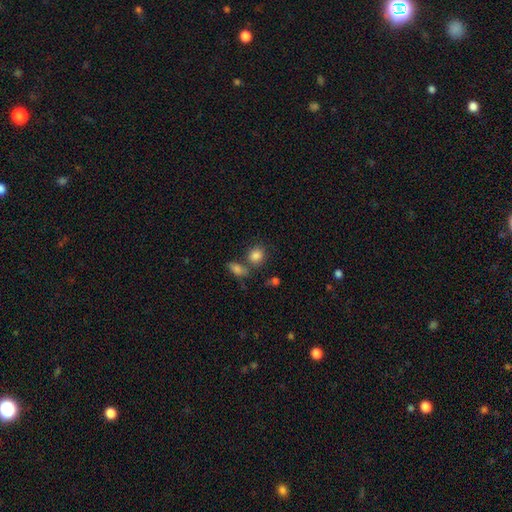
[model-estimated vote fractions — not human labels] smooth-or-featured: smooth: 84% | star or artifact: 9% | featured or disk: 7%
  how-rounded: round: 65% | in between: 33% | cigar-shaped: 2%
  merging: none: 61% | merger: 22% | minor disturbance: 12% | major disturbance: 4%